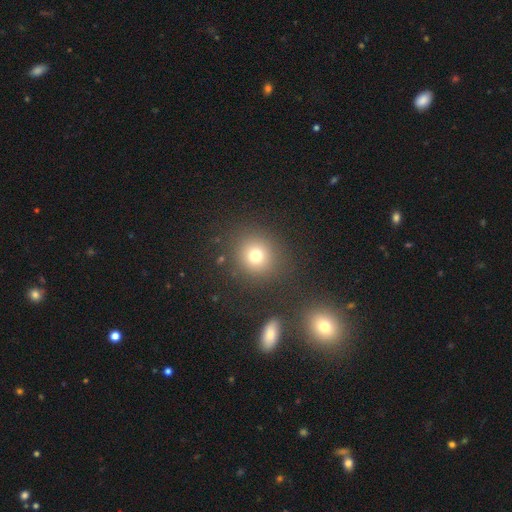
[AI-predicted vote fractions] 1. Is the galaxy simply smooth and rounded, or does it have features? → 74% smooth, 17% star or artifact, 9% featured or disk.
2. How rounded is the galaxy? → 89% round, 10% in between, 1% cigar-shaped.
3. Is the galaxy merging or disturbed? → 84% none, 8% minor disturbance, 4% major disturbance, 4% merger.